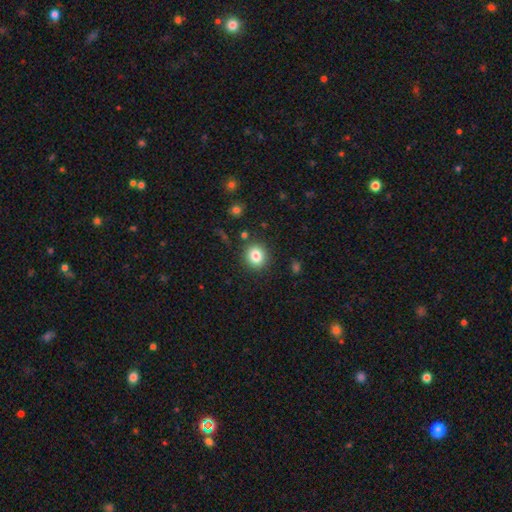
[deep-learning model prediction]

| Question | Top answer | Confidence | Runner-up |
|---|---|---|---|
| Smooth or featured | smooth | 82% | star or artifact (11%) |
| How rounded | round | 82% | in between (17%) |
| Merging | none | 88% | minor disturbance (7%) |